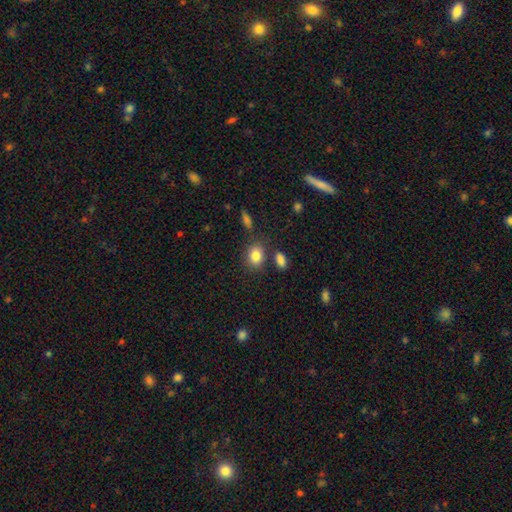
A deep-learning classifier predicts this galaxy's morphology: A smooth galaxy with no disk features (84%) that is in between round and cigar-shaped (56%). Merging: none (75%).